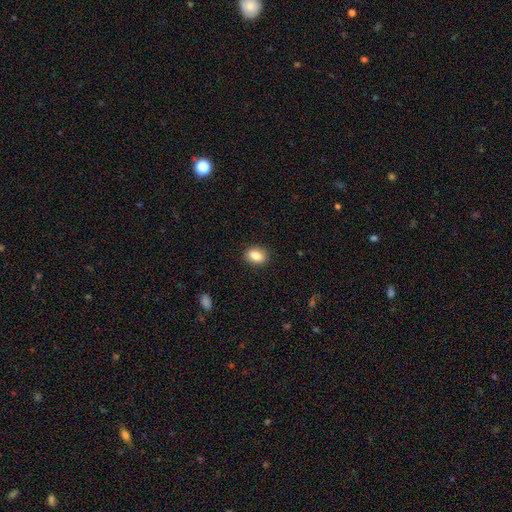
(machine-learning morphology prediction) smooth_or_featured: smooth (p=0.85) [alt: star or artifact p=0.08]
how_rounded: in between (p=0.77) [alt: round p=0.21]
merging: none (p=0.89) [alt: minor disturbance p=0.08]